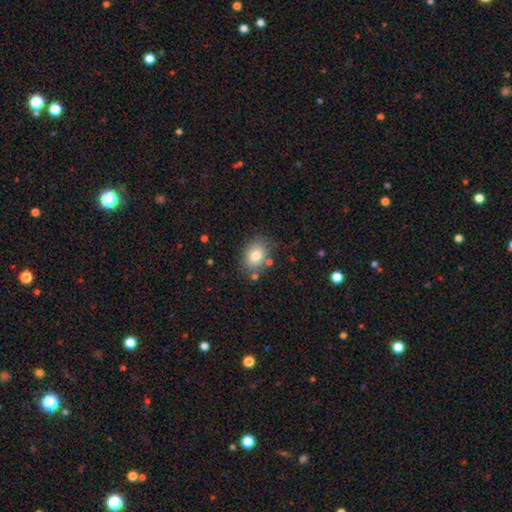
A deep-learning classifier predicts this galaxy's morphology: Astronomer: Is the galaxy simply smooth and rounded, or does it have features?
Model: smooth — 78%.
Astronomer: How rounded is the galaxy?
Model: in between — 67%.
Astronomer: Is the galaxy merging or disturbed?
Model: none — 77%.